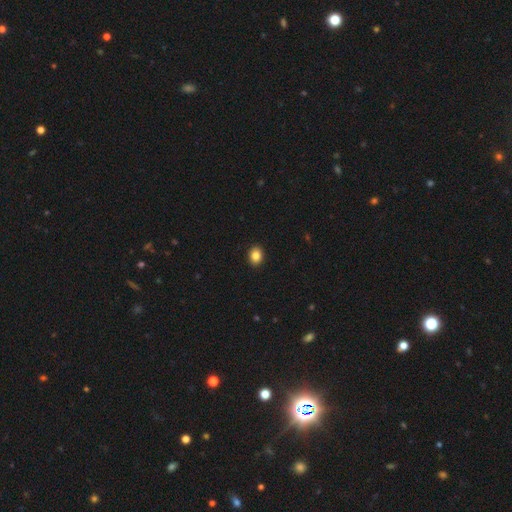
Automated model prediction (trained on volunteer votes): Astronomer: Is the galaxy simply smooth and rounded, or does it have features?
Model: smooth — 86%.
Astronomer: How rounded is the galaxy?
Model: in between — 59% (runner-up: round, 40%).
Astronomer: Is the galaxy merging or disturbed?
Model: none — 92%.